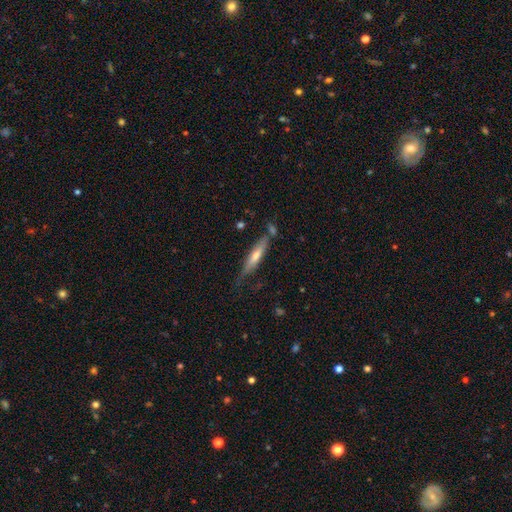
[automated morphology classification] smooth-or-featured: featured or disk: 49% | smooth: 45% | star or artifact: 6%
  merging: none: 63% | minor disturbance: 23% | merger: 7% | major disturbance: 6%